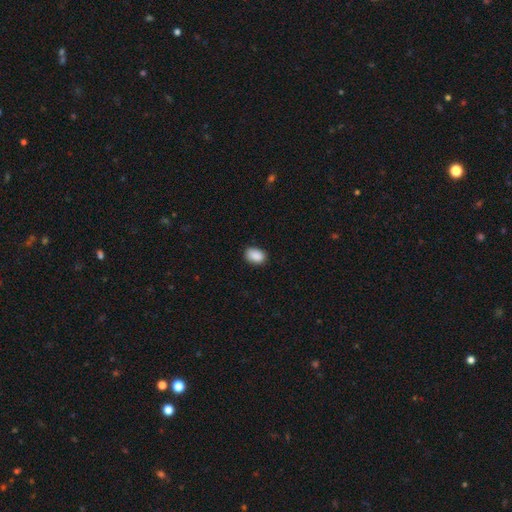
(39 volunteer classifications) A smooth galaxy with no disk features (95%) that is in between round and cigar-shaped (76%).

Vote fractions:
- Smooth or featured? smooth: 95% / star or artifact: 5% / featured or disk: 0%
- How rounded? in between: 76% / round: 24% / cigar-shaped: 0%
- Merging? none: 86% / minor disturbance: 14% / major disturbance: 0% / merger: 0%